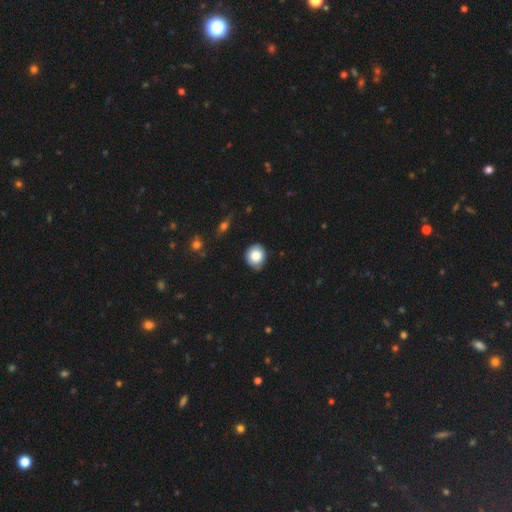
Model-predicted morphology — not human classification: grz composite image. It shows a smooth galaxy with no disk features (82%) that is round (75%). Merging: none (77%).